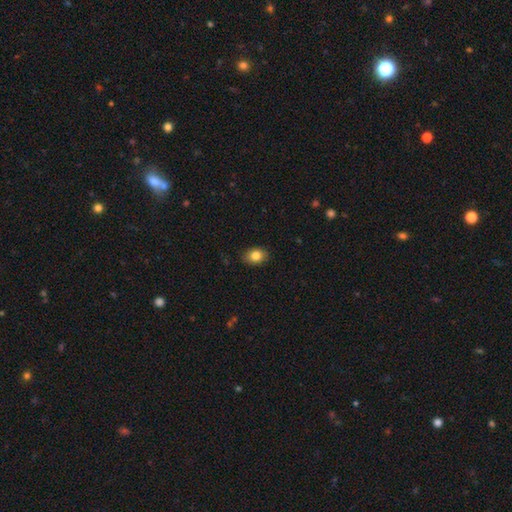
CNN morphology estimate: Smooth or featured? smooth (83%)
How rounded? in between (71%)
Merging? none (87%)